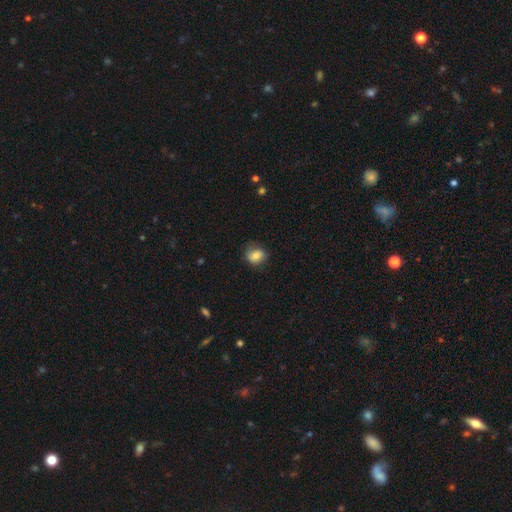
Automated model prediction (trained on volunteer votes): Smooth or featured? Predicted: smooth (p=0.80). How rounded? Predicted: round (p=0.62). Merging? Predicted: none (p=0.75).